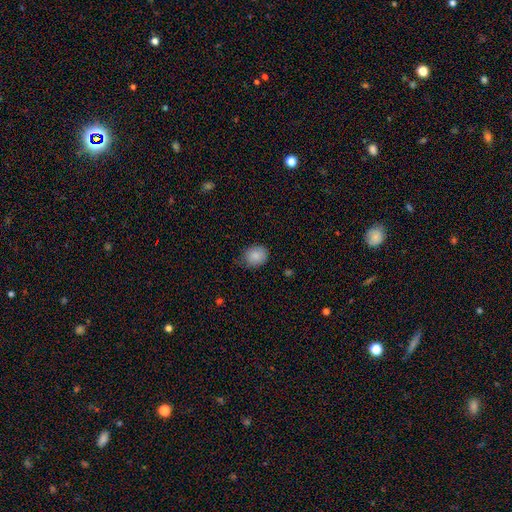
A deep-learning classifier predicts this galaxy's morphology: Smooth or featured? Predicted: smooth (p=0.86). How rounded? Predicted: round (p=0.60). Merging? Predicted: none (p=0.74).